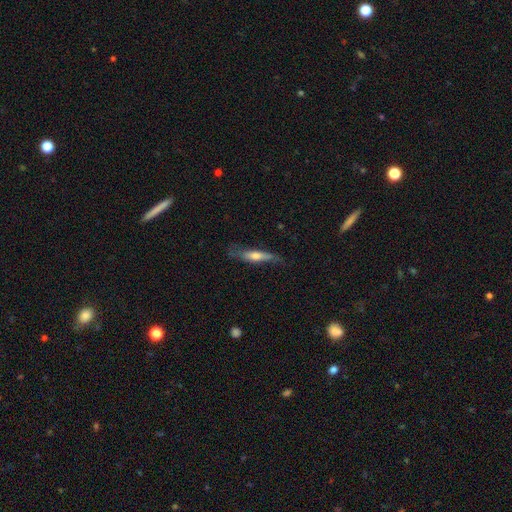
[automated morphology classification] Overall: smooth (48%; featured or disk 46%). Merging: none (67%).